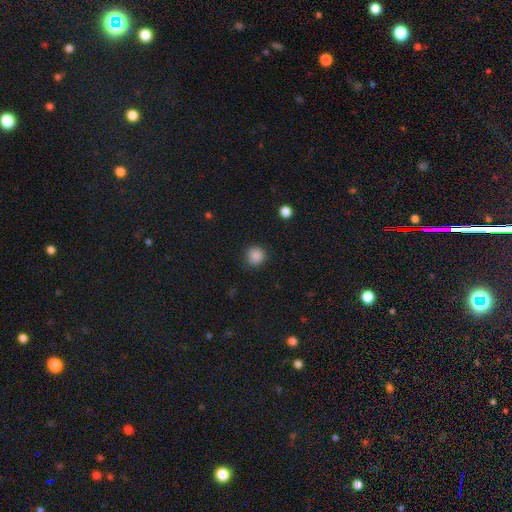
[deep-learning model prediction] Smooth or featured? smooth (87%)
How rounded? round (92%)
Merging? none (88%)